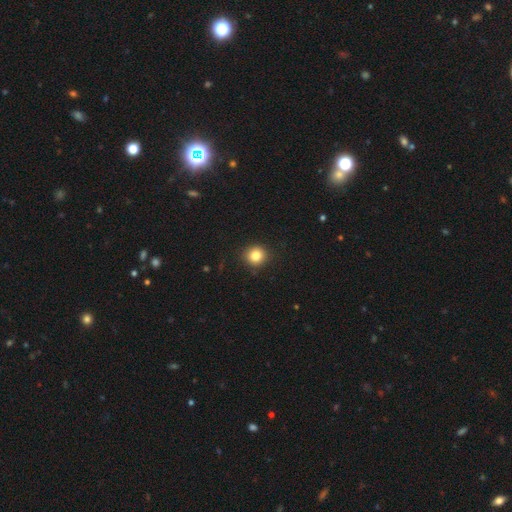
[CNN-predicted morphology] Q: Smooth or featured?
A: smooth (83%); runner-up: star or artifact (11%)
Q: How rounded?
A: round (90%); runner-up: in between (9%)
Q: Merging?
A: none (90%); runner-up: minor disturbance (7%)